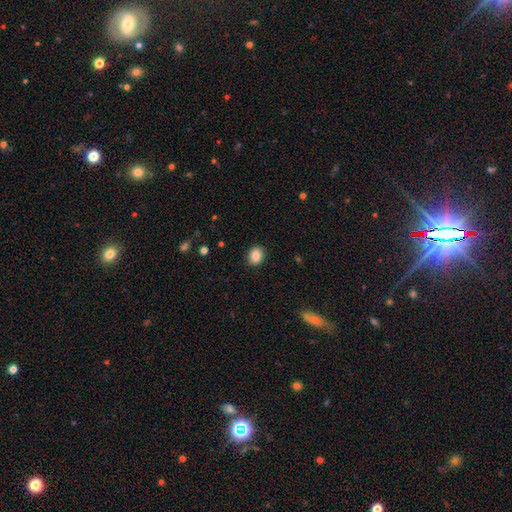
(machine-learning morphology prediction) smooth 86%, star or artifact 9%, featured or disk 5%. Down the decision tree: how rounded — round (54%); merging — none (89%).